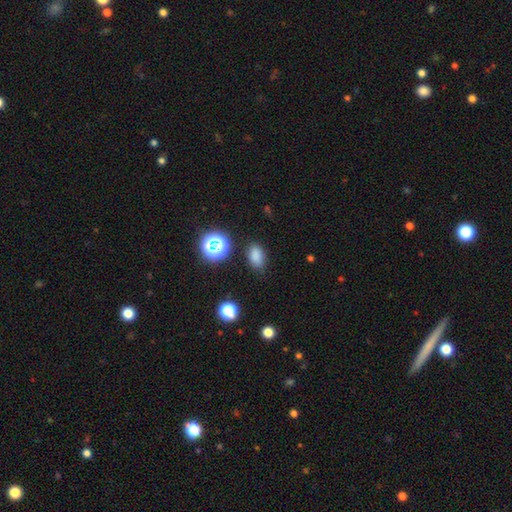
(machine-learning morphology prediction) A smooth galaxy with no disk features (79%) that is in between round and cigar-shaped (85%).

Vote fractions:
- Smooth or featured? smooth: 79% / star or artifact: 16% / featured or disk: 5%
- How rounded? in between: 85% / round: 13% / cigar-shaped: 2%
- Merging? none: 83% / minor disturbance: 11% / major disturbance: 3% / merger: 2%